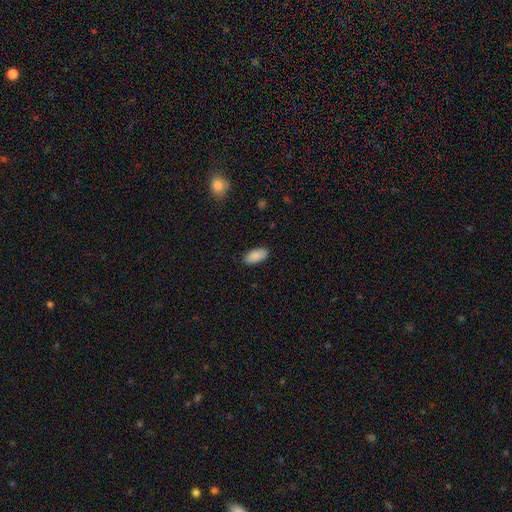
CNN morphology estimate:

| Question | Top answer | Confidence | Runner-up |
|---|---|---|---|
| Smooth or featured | smooth | 89% | star or artifact (7%) |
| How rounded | in between | 93% | cigar-shaped (5%) |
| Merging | none | 88% | minor disturbance (9%) |